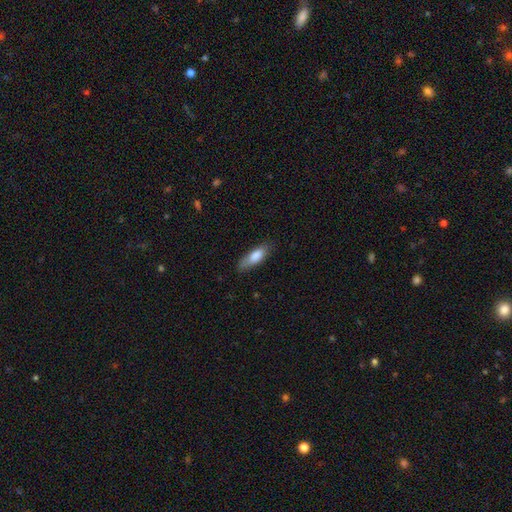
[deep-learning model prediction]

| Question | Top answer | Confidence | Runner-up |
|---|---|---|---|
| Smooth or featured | smooth | 80% | featured or disk (14%) |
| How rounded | in between | 60% | cigar-shaped (39%) |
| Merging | none | 73% | minor disturbance (21%) |